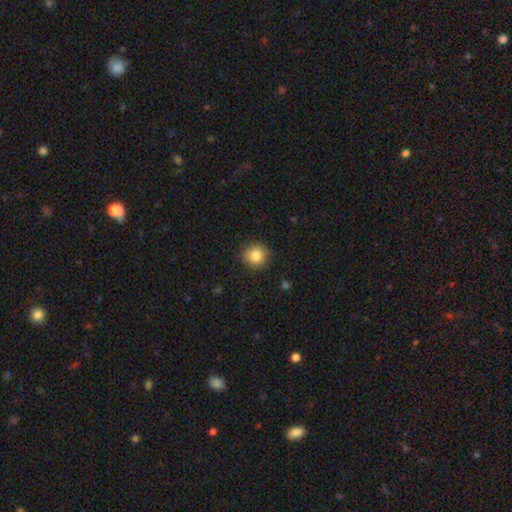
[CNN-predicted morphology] Smooth or featured? smooth (85%)
How rounded? round (92%)
Merging? none (89%)